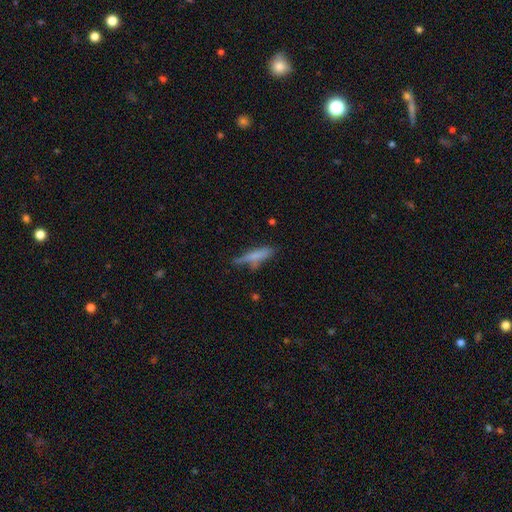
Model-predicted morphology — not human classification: Q: Smooth or featured?
A: smooth (66%); runner-up: featured or disk (26%)
Q: How rounded?
A: cigar-shaped (81%); runner-up: in between (16%)
Q: Merging?
A: none (57%); runner-up: minor disturbance (26%)